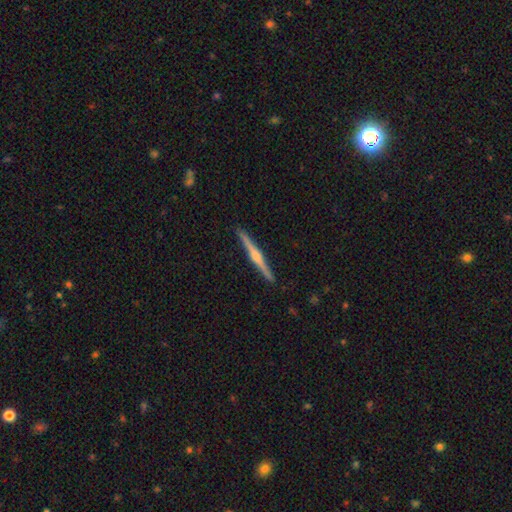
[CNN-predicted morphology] A featured or disk galaxy (79%) viewed edge-on (99%) with a rounded central bulge (87%). Merging: none (93%).